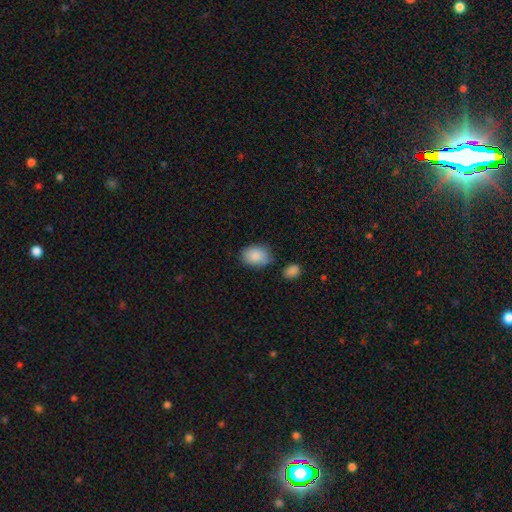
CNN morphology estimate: The model was most divided on "merging": none: 68%, minor disturbance: 21%, merger: 6%, major disturbance: 5%. More confident: smooth or featured — smooth (88%); how rounded — in between (78%).